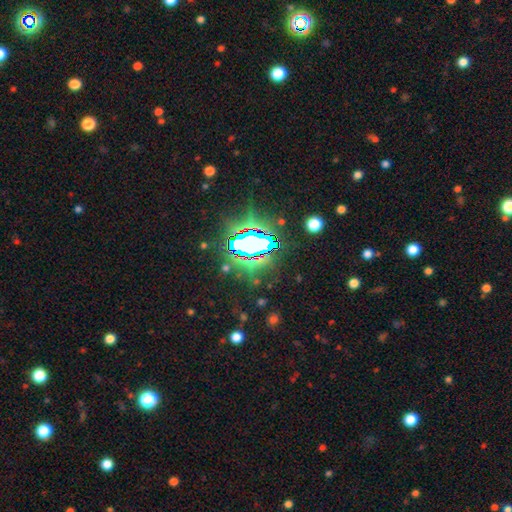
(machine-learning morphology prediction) The model was most divided on "smooth or featured": star or artifact: 85%, smooth: 8%, featured or disk: 7%.